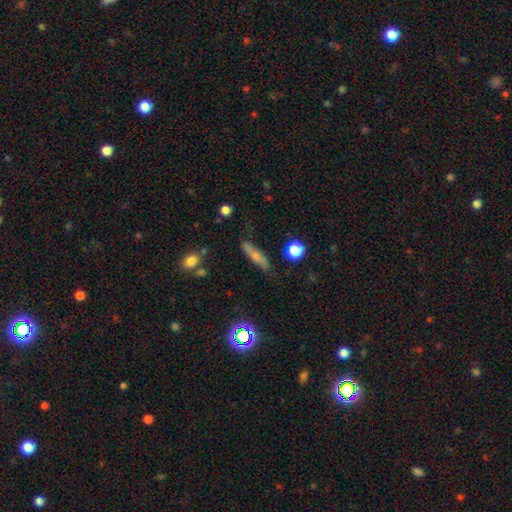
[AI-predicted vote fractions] A smooth galaxy with no disk features (58%) that is cigar-shaped (75%).

Vote fractions:
- Smooth or featured? smooth: 58% / featured or disk: 32% / star or artifact: 10%
- How rounded? cigar-shaped: 75% / in between: 21% / round: 4%
- Merging? none: 75% / minor disturbance: 17% / major disturbance: 4% / merger: 3%